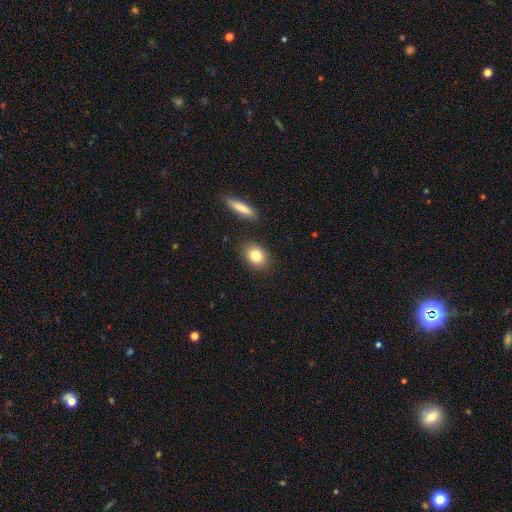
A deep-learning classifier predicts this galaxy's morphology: Smooth or featured? smooth (82%)
How rounded? in between (56%)
Merging? none (85%)